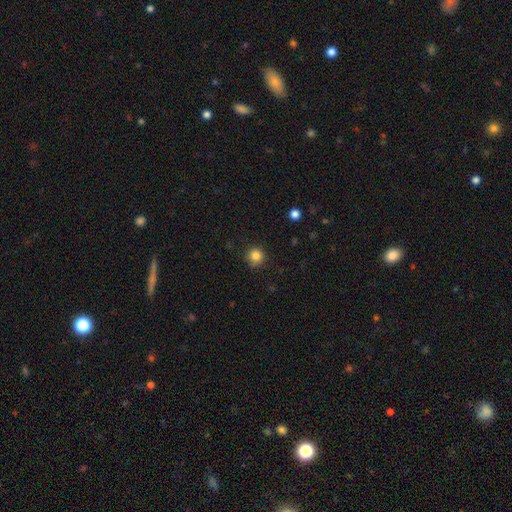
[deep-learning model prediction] Morphology: type=smooth (84%); roundness=round (94%); merging=none (86%).